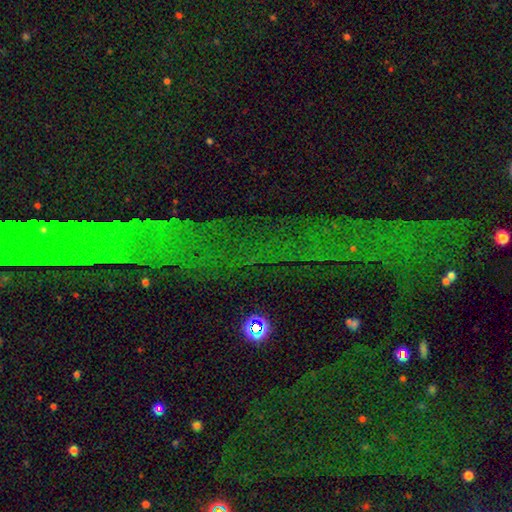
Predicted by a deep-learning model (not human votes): Morphology: type=star or artifact (78%).